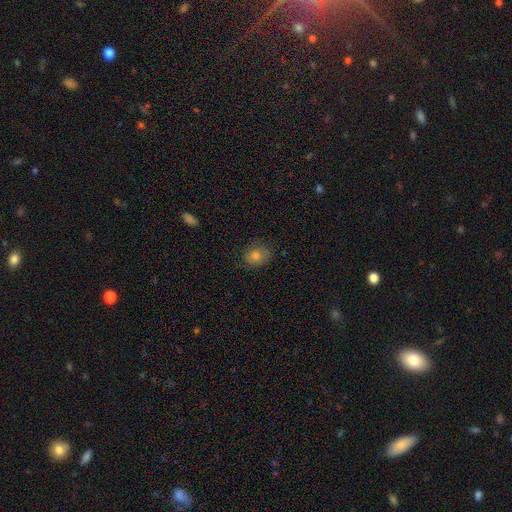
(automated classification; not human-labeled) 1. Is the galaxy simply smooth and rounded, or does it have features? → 72% smooth, 16% featured or disk, 13% star or artifact.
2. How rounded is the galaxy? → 51% round, 47% in between, 1% cigar-shaped.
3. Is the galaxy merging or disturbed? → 78% none, 17% minor disturbance, 4% major disturbance, 1% merger.